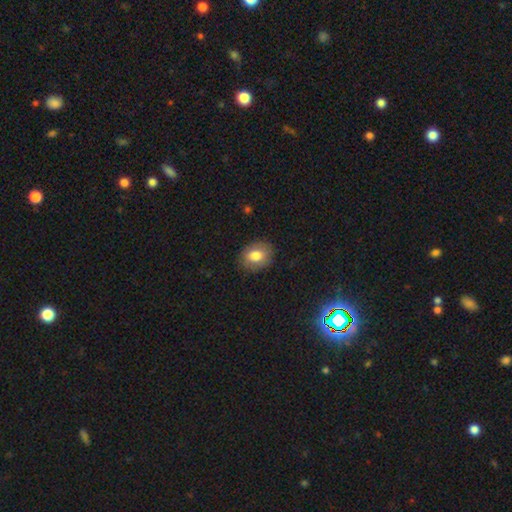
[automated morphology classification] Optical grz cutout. It shows a smooth galaxy with no disk features (79%) that is in between round and cigar-shaped (50%). Merging: none (85%).